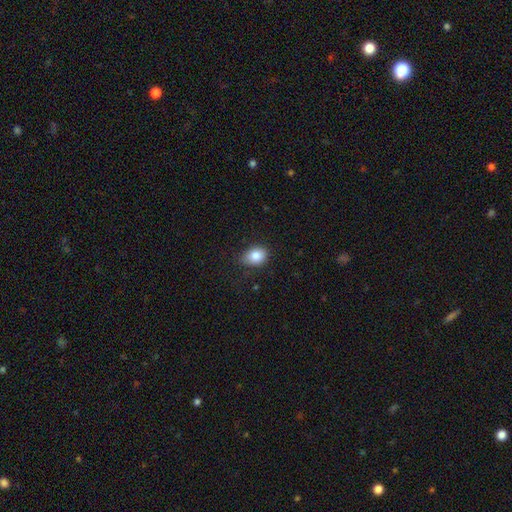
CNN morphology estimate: The model was most divided on "how rounded": in between: 65%, round: 34%, cigar-shaped: 1%. More confident: smooth or featured — smooth (84%); merging — none (71%).